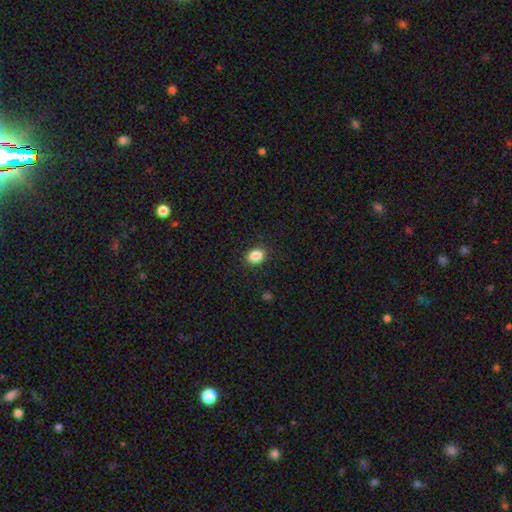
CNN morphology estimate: Overall: smooth (87%). How rounded: in between (70%). Merging: none (89%).